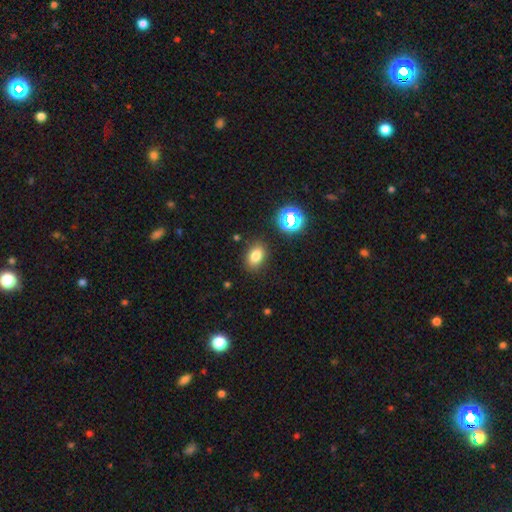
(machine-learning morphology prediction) Smooth or featured? Predicted: smooth (p=0.77). How rounded? Predicted: in between (p=0.75). Merging? Predicted: none (p=0.85).